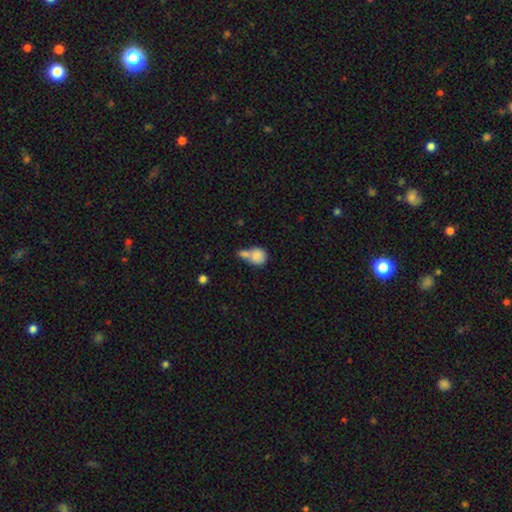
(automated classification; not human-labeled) This appears to be a smooth galaxy with no disk features (81%) that is round (73%). Merging: merger (60%).